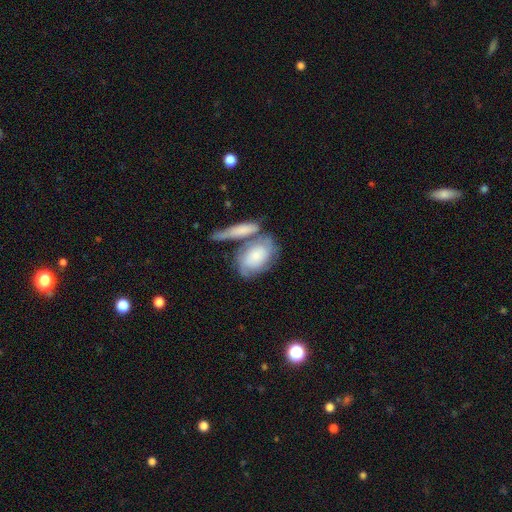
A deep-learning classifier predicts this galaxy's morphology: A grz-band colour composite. It shows a smooth galaxy with no disk features (53%) that is in between round and cigar-shaped (80%). Merging: none (37%, tied with merger).